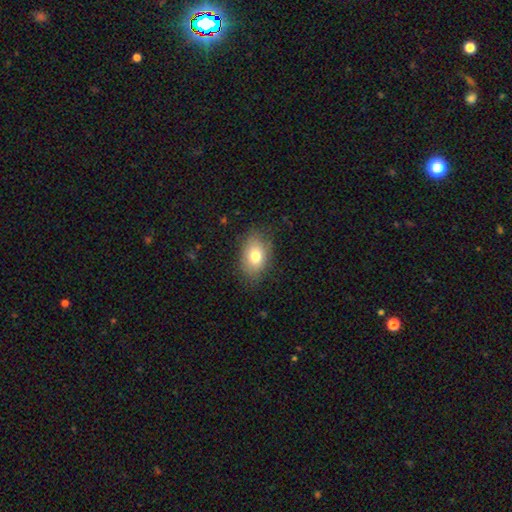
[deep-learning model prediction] smooth 77%, featured or disk 14%, star or artifact 9%. Down the decision tree: how rounded — in between (85%); merging — none (82%).